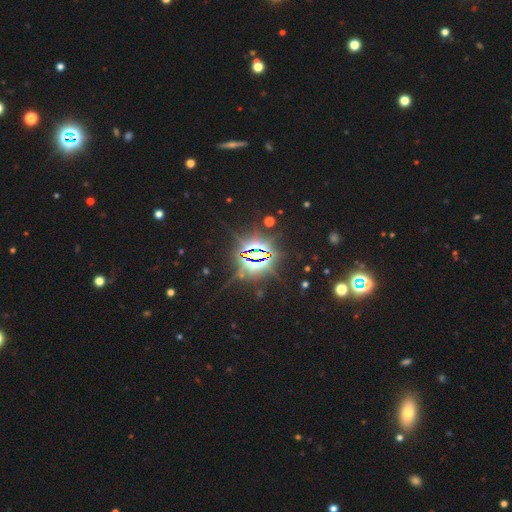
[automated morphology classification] A star or artifact, not a galaxy (85%).

Vote fractions:
- Smooth or featured? star or artifact: 85% / featured or disk: 8% / smooth: 7%